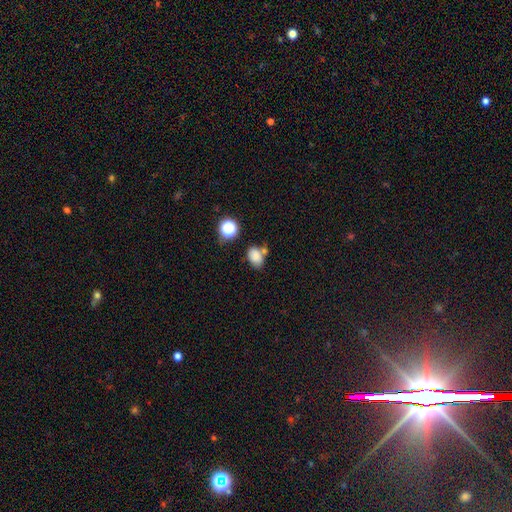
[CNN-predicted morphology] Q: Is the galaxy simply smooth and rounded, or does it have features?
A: smooth — 82%.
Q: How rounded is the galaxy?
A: in between — 75%.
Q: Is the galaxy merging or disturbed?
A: none — 58%.